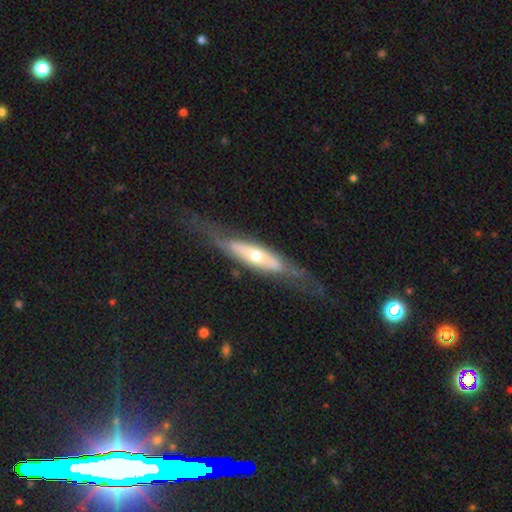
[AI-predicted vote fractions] Smooth or featured? featured or disk (68%)
Edge-on disk? yes (54%)
Merging? none (62%)